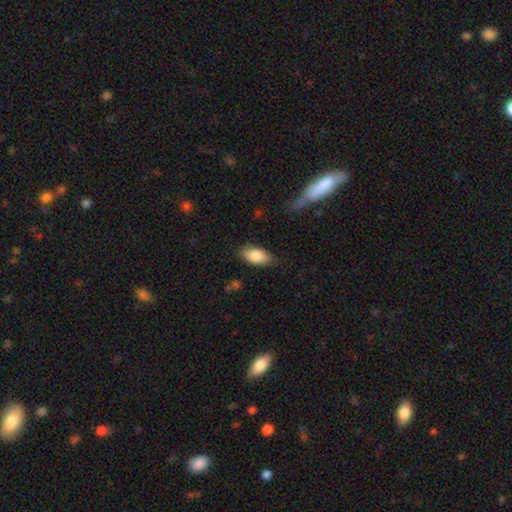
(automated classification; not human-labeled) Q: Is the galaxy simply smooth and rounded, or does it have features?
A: smooth — 84%.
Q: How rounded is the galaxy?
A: in between — 92%.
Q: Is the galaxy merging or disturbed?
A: none — 81%.